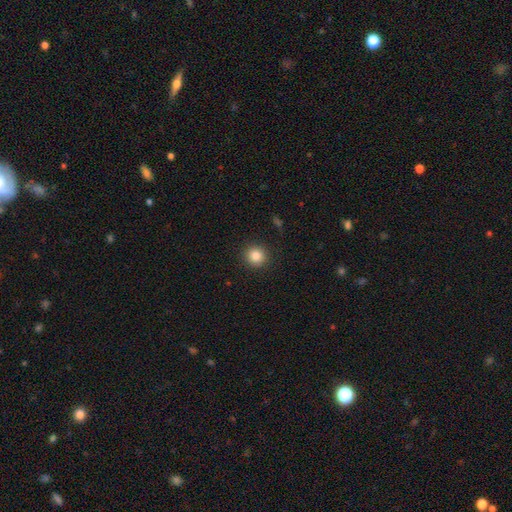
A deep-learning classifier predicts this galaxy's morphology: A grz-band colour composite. It shows a smooth galaxy with no disk features (84%) that is round (93%). Merging: none (91%).